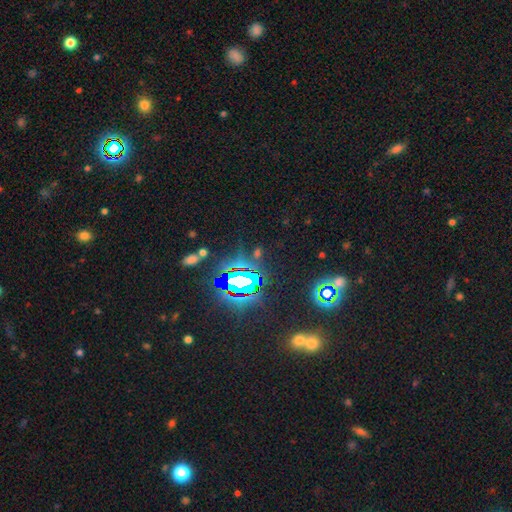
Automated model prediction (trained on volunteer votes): smooth_or_featured: star or artifact (p=0.77) [alt: smooth p=0.13]